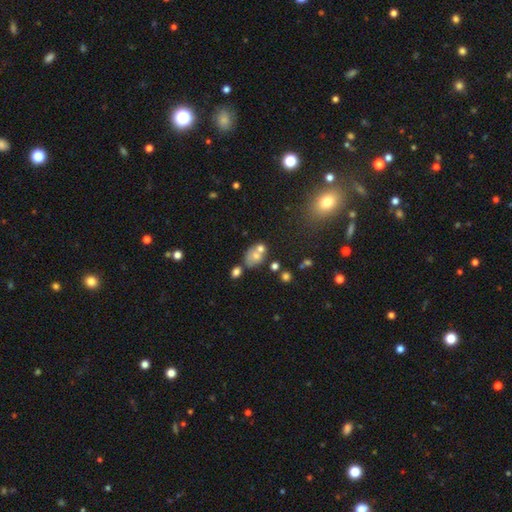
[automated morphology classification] This is likely a smooth galaxy (61%). How rounded: likely in between (61%). Merging: marginally merger (42%).